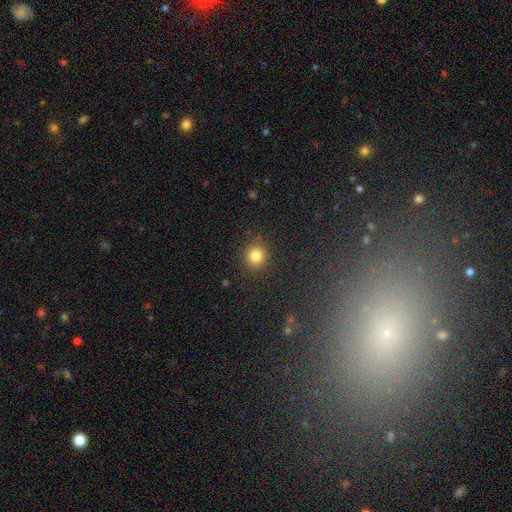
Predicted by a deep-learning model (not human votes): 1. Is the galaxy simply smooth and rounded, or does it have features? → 83% smooth, 12% star or artifact, 6% featured or disk.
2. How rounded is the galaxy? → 88% round, 11% in between, 1% cigar-shaped.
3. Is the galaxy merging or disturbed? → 89% none, 7% minor disturbance, 3% major disturbance, 1% merger.